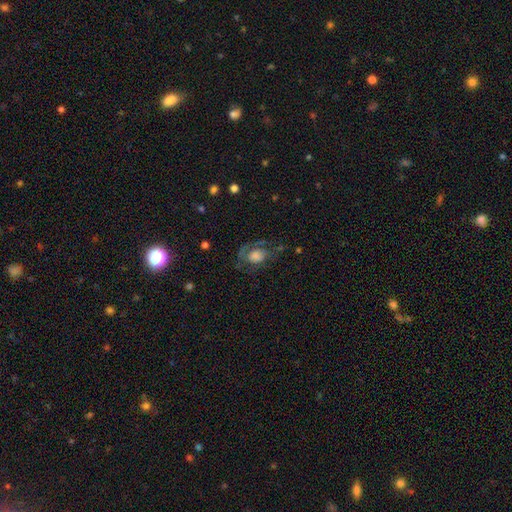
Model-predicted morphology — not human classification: The model was most divided on "bulge size": large: 42%, moderate: 23%, none: 13%, small: 13%, dominant: 9%. More confident: edge-on disk — no (95%); bar — no (80%); spiral arms — yes (69%); smooth or featured — featured or disk (55%); merging — none (52%).